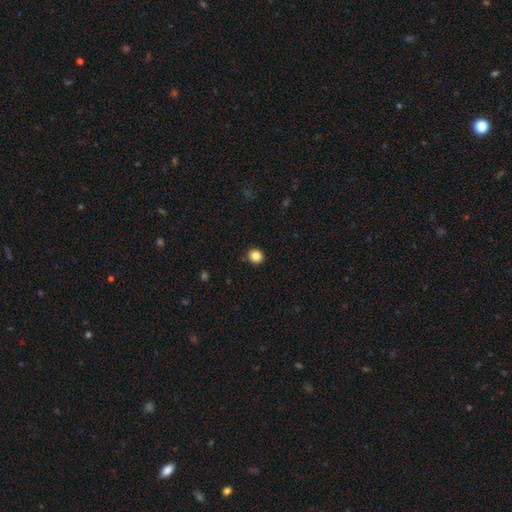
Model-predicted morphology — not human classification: Overall: smooth (85%). How rounded: round (90%). Merging: none (91%).